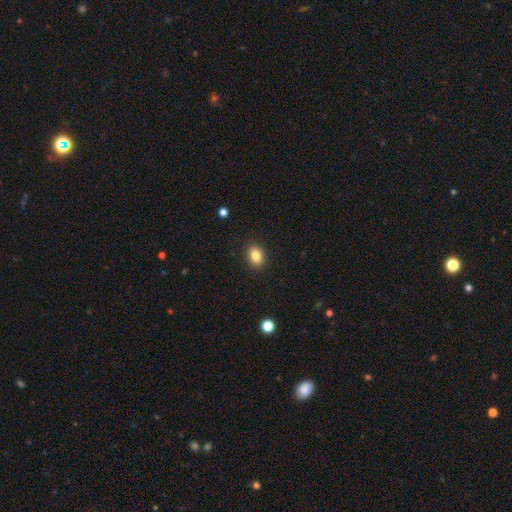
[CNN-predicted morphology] A smooth galaxy with no disk features (84%) that is in between round and cigar-shaped (68%).

Vote fractions:
- Smooth or featured? smooth: 84% / star or artifact: 10% / featured or disk: 7%
- How rounded? in between: 68% / round: 30% / cigar-shaped: 1%
- Merging? none: 89% / minor disturbance: 8% / major disturbance: 2% / merger: 1%